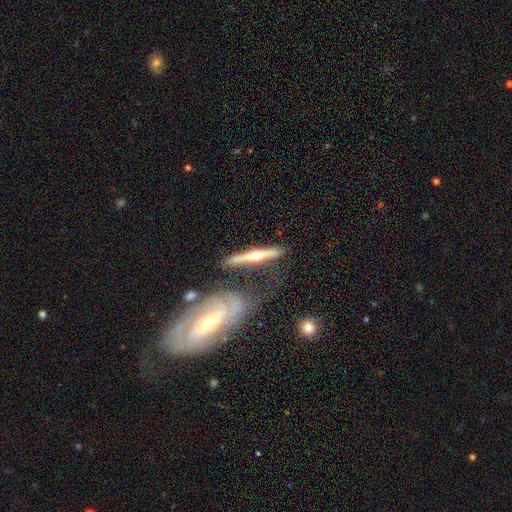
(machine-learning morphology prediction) Smooth or featured? featured or disk (73%)
Edge-on disk? yes (94%)
Edge-on bulge? rounded (93%)
Merging? none (79%)